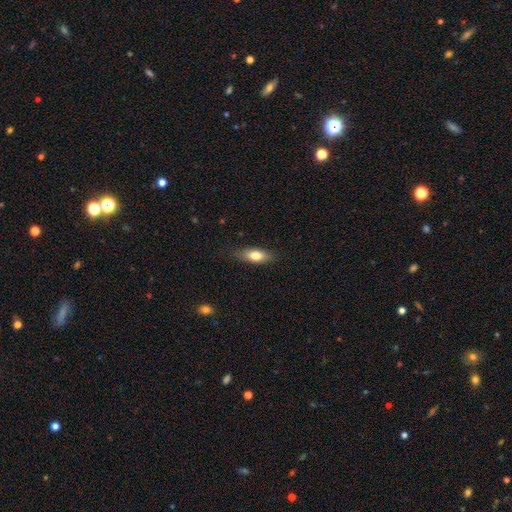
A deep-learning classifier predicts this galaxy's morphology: This is likely a smooth galaxy (74%). How rounded: likely in between (73%). Merging: likely none (78%).